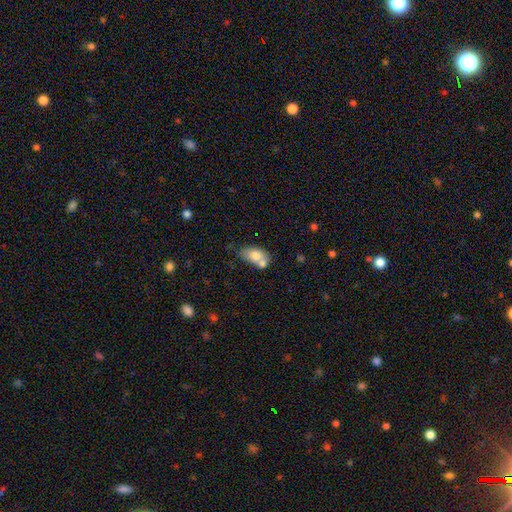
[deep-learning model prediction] Smooth or featured? smooth (74%)
How rounded? in between (88%)
Merging? none (39%)